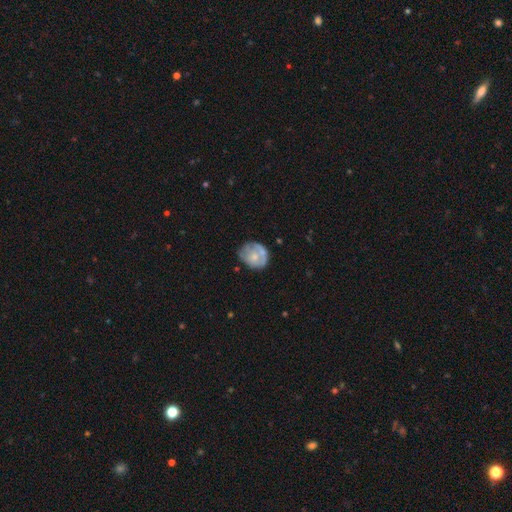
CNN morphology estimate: Smooth or featured? smooth (48%)
Merging? none (54%)